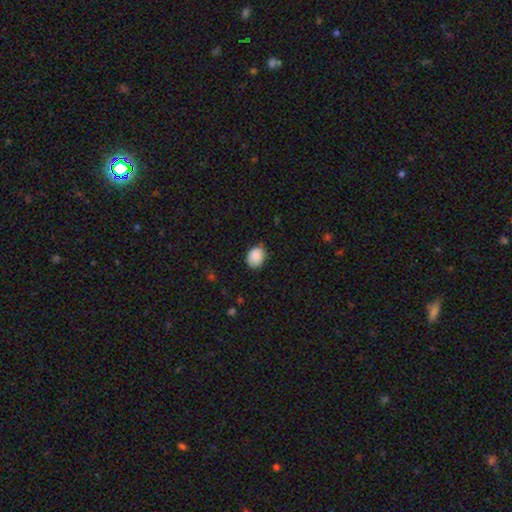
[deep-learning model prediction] smooth_or_featured: smooth (p=0.88) [alt: star or artifact p=0.08]
how_rounded: in between (p=0.56) [alt: round p=0.44]
merging: none (p=0.74) [alt: minor disturbance p=0.22]